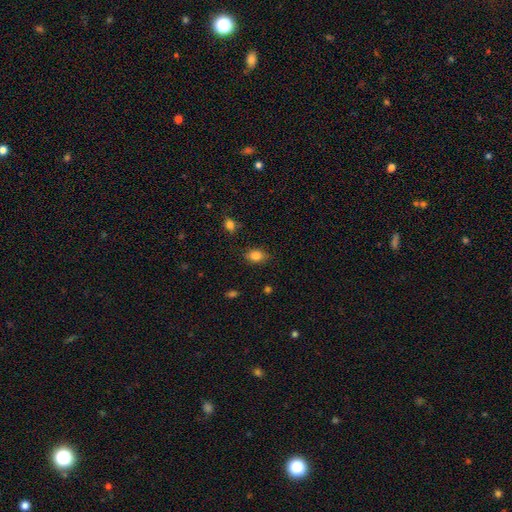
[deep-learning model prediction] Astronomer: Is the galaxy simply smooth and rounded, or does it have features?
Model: smooth — 84%.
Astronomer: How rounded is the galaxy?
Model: in between — 71%.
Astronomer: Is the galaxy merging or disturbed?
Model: none — 83%.